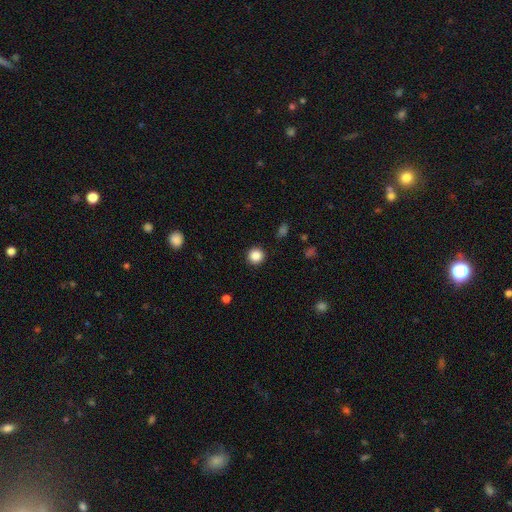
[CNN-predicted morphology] A smooth galaxy with no disk features (86%) that is round (95%). Merging: none (92%).